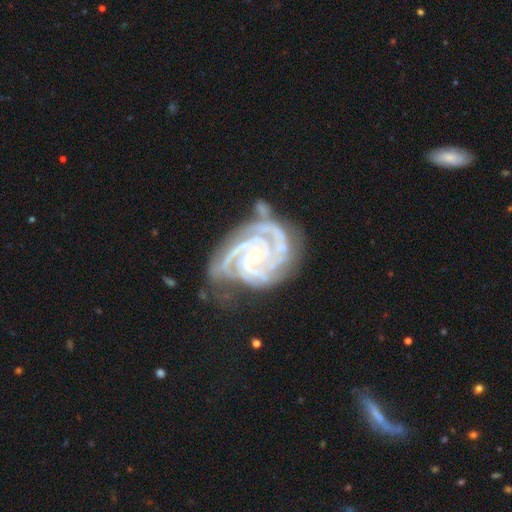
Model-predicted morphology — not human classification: Q: Smooth or featured?
A: featured or disk (93%); runner-up: star or artifact (4%)
Q: Edge-on disk?
A: no (98%); runner-up: yes (2%)
Q: Bar?
A: no (72%); runner-up: weak (19%)
Q: Spiral arms?
A: yes (99%); runner-up: no (1%)
Q: Spiral winding?
A: tight (76%); runner-up: medium (21%)
Q: Spiral arm count?
A: 3 (48%); runner-up: 4 (24%)
Q: Bulge size?
A: small (80%); runner-up: moderate (17%)
Q: Merging?
A: none (57%); runner-up: minor disturbance (27%)